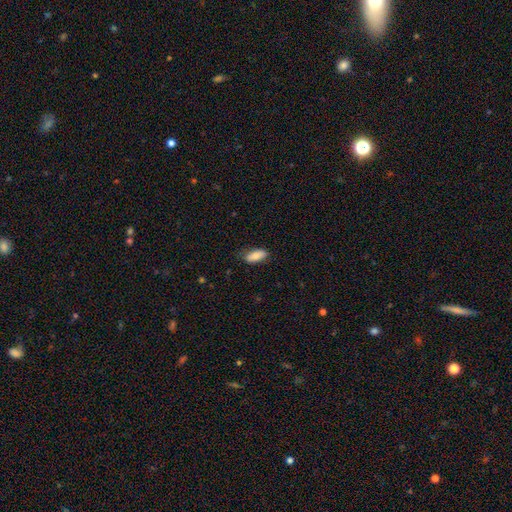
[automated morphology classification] This is clearly a smooth galaxy (80%). How rounded: clearly in between (85%). Merging: likely none (76%).